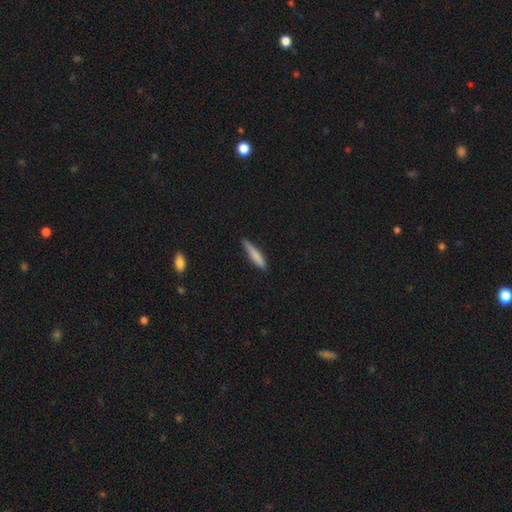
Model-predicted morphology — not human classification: This appears to be a smooth galaxy with no disk features (79%) that is cigar-shaped (87%). Merging: none (74%).